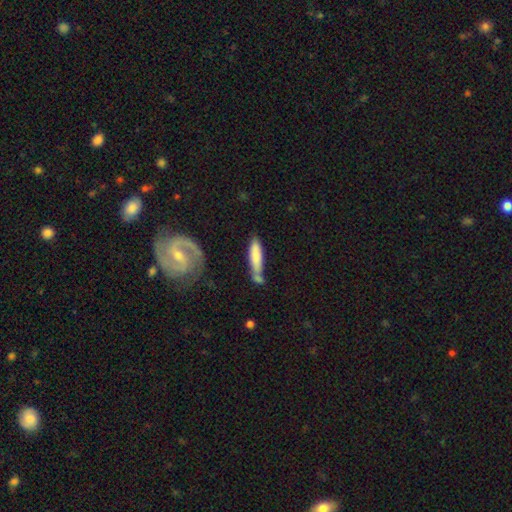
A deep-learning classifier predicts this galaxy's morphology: type=smooth (77%); roundness=cigar-shaped (70%); merging=none (45%).